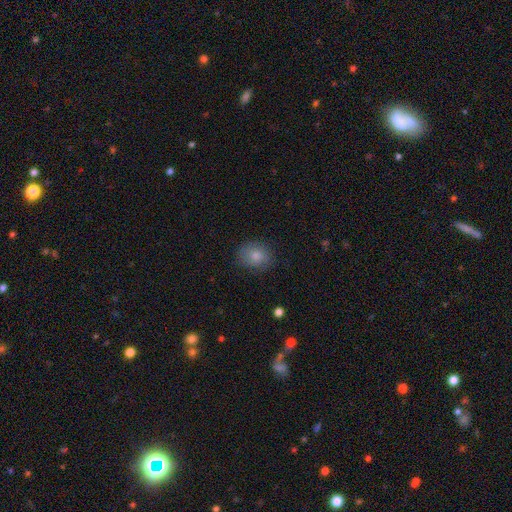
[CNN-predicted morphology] Smooth or featured: smooth — 82% (featured or disk — 9%)
How rounded: round — 61% (in between — 38%)
Merging: none — 79% (minor disturbance — 16%)